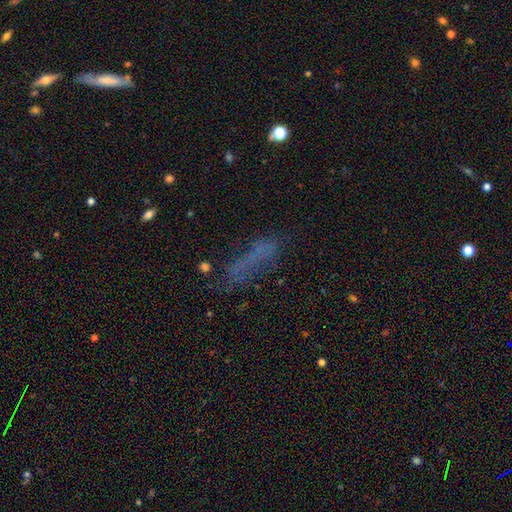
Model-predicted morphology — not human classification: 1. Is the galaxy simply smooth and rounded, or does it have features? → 51% smooth, 26% featured or disk, 23% star or artifact.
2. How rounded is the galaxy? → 69% cigar-shaped, 27% in between, 4% round.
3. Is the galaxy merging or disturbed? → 54% none, 22% minor disturbance, 19% major disturbance, 5% merger.